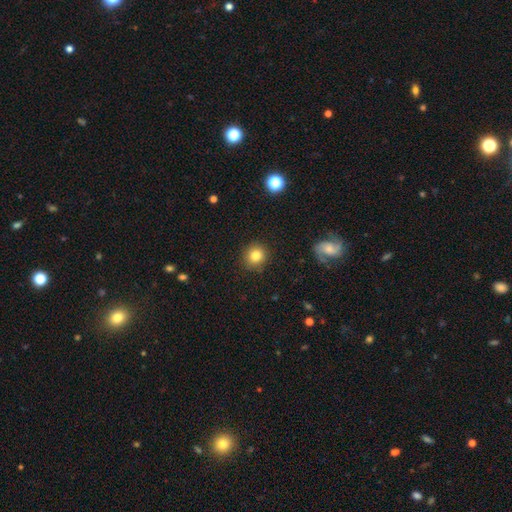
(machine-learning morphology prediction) type=smooth (83%); roundness=round (90%); merging=none (89%).